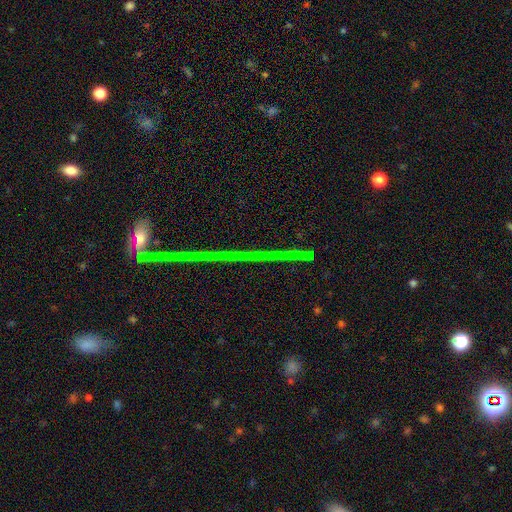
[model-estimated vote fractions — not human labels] Smooth or featured: star or artifact — 53% (featured or disk — 34%)